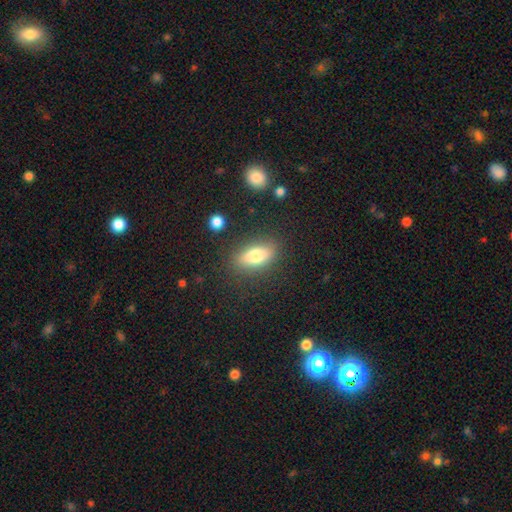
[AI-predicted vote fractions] Overall: smooth (77%). How rounded: in between (81%). Merging: none (83%).